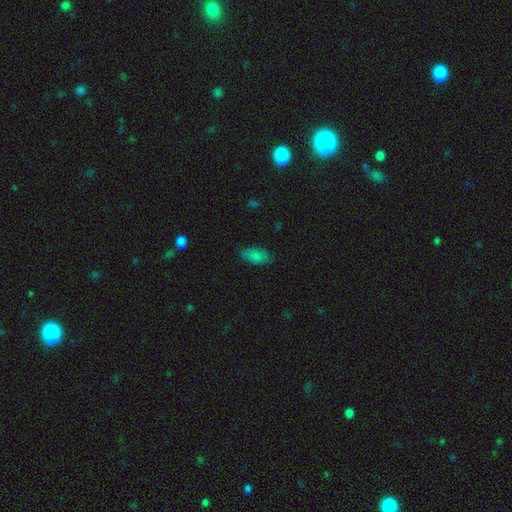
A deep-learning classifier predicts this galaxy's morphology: Q: Smooth or featured?
A: smooth (83%); runner-up: star or artifact (9%)
Q: How rounded?
A: in between (92%); runner-up: cigar-shaped (5%)
Q: Merging?
A: none (79%); runner-up: minor disturbance (16%)